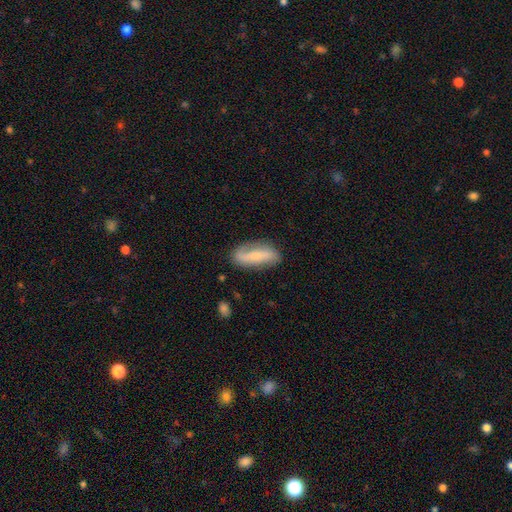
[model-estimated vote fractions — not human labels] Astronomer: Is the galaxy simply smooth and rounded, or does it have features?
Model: featured or disk — 54% (runner-up: smooth, 39%).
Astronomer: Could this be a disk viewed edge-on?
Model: no — 83%.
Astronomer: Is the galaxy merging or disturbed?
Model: none — 77%.